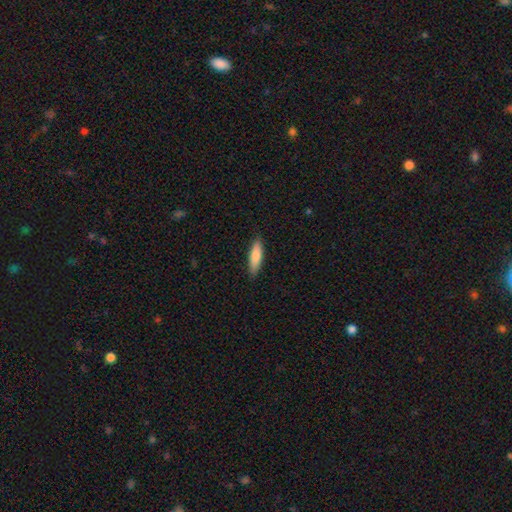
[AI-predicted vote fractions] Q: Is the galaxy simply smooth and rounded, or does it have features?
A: smooth — 82%.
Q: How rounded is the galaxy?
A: cigar-shaped — 61%.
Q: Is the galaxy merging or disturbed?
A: none — 88%.